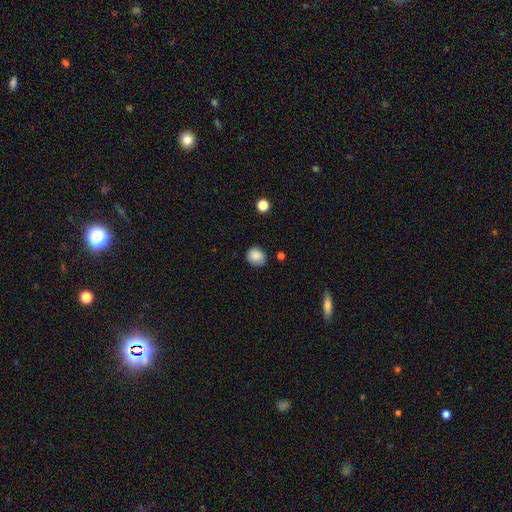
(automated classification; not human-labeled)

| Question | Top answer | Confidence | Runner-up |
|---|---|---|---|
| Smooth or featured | smooth | 86% | star or artifact (9%) |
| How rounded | round | 69% | in between (30%) |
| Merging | none | 77% | minor disturbance (18%) |